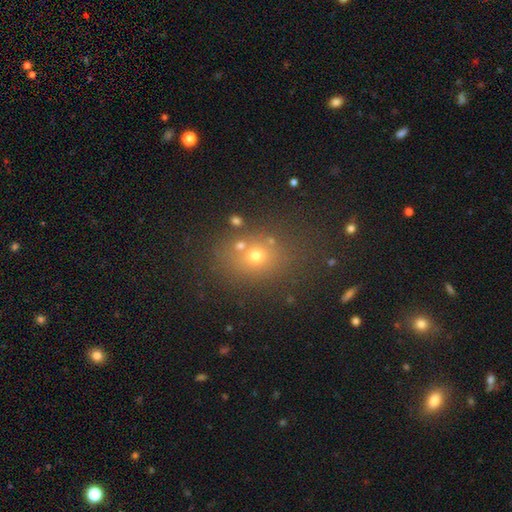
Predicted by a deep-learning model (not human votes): A smooth galaxy with no disk features (63%) that is round (54%).

Vote fractions:
- Smooth or featured? smooth: 63% / star or artifact: 23% / featured or disk: 14%
- How rounded? round: 54% / in between: 44% / cigar-shaped: 1%
- Merging? none: 72% / minor disturbance: 12% / merger: 10% / major disturbance: 6%